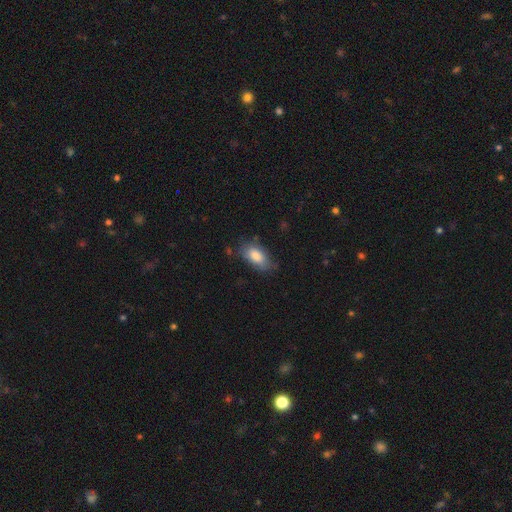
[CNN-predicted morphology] A smooth galaxy with no disk features (84%) that is in between round and cigar-shaped (91%).

Vote fractions:
- Smooth or featured? smooth: 84% / featured or disk: 9% / star or artifact: 7%
- How rounded? in between: 91% / cigar-shaped: 6% / round: 4%
- Merging? none: 69% / minor disturbance: 24% / major disturbance: 6% / merger: 2%